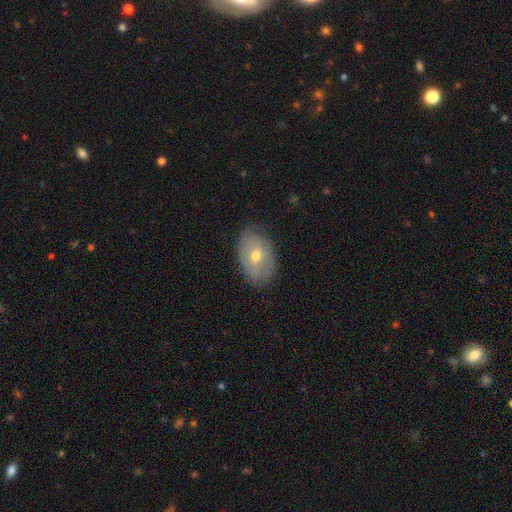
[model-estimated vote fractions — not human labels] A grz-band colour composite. It shows a featured or disk galaxy (51%). Merging: none (73%).